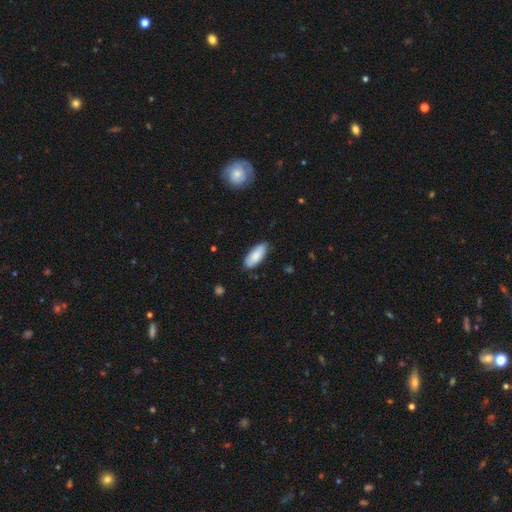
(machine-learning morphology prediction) This appears to be a smooth galaxy with no disk features (86%) that is in between round and cigar-shaped (83%). Merging: none (82%).